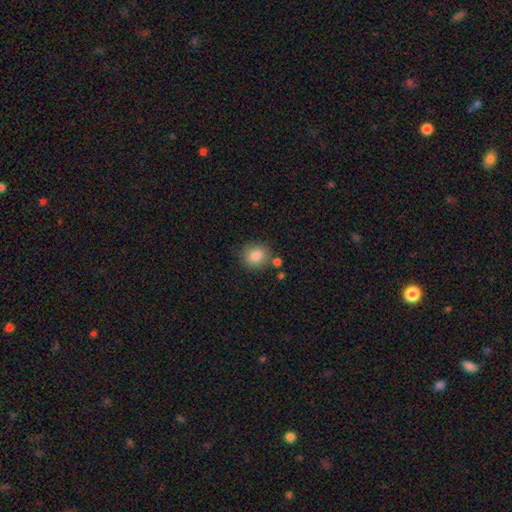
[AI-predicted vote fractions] Smooth or featured?
  - smooth: 85% *
  - star or artifact: 9%
  - featured or disk: 6%
How rounded?
  - round: 66% *
  - in between: 33%
  - cigar-shaped: 1%
Merging?
  - none: 76% *
  - minor disturbance: 13%
  - merger: 7%
  - major disturbance: 4%